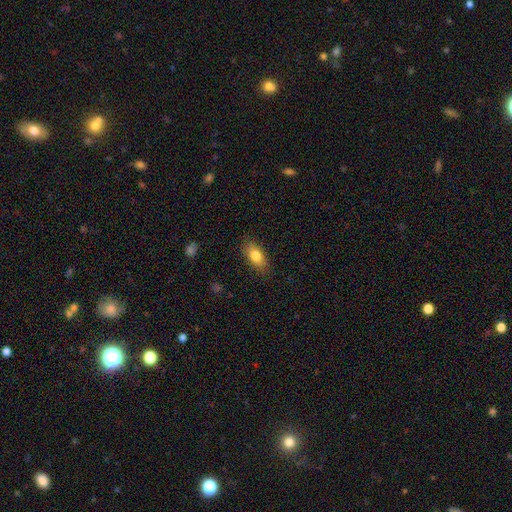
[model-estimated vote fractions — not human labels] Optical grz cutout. It shows a smooth galaxy with no disk features (80%) that is in between round and cigar-shaped (85%). Merging: none (85%).